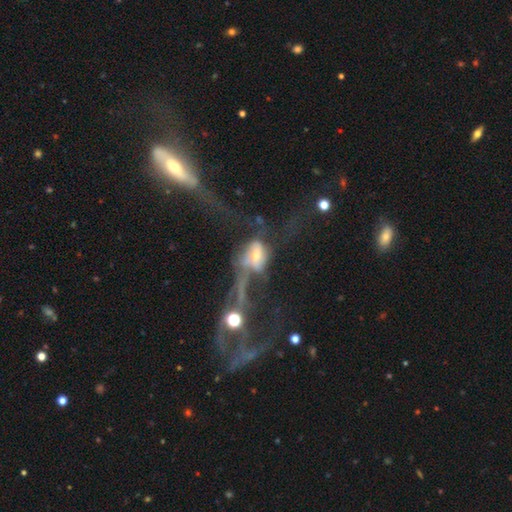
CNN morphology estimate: Smooth or featured: featured or disk — 56% (smooth — 29%)
Edge-on disk: no — 87% (yes — 13%)
Merging: major disturbance — 40% (merger — 38%)